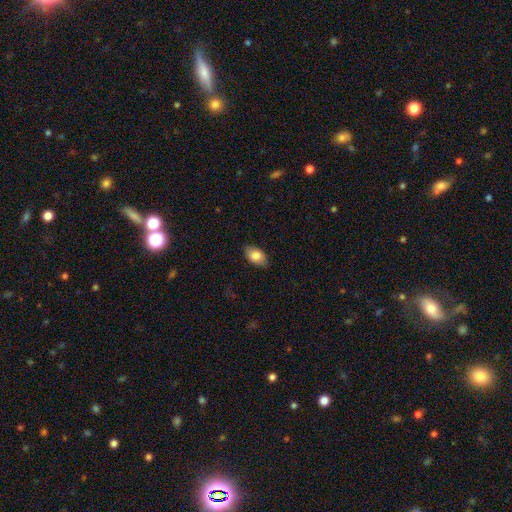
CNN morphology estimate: Q: Smooth or featured?
A: smooth (83%); runner-up: featured or disk (10%)
Q: How rounded?
A: in between (92%); runner-up: round (7%)
Q: Merging?
A: none (86%); runner-up: minor disturbance (11%)